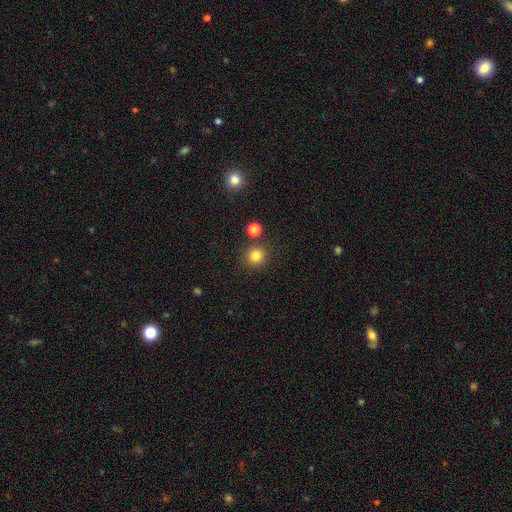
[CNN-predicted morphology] A smooth galaxy with no disk features (82%) that is round (91%). Merging: none (84%).